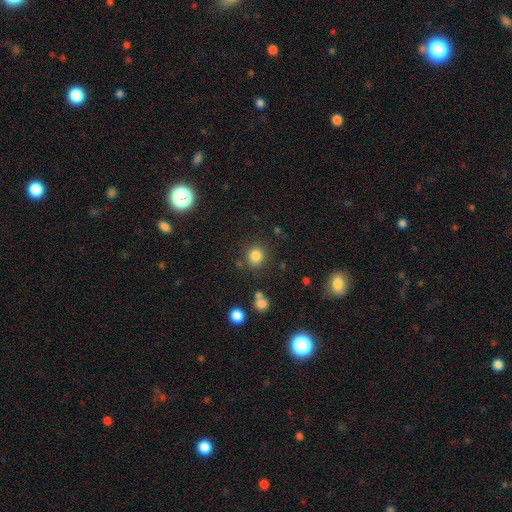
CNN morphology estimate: The model was most divided on "how rounded": round: 84%, in between: 15%, cigar-shaped: 1%. More confident: smooth or featured — smooth (82%); merging — none (81%).